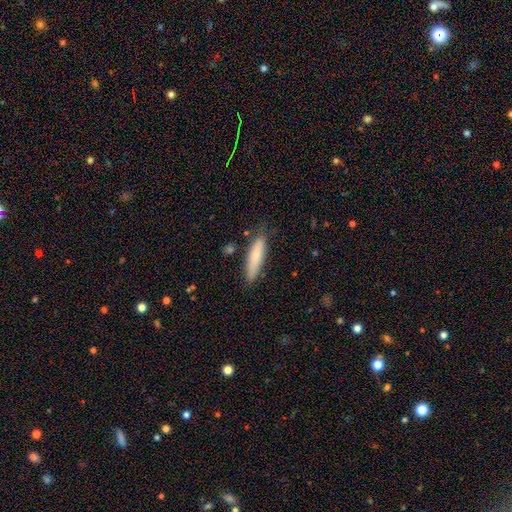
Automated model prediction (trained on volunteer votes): Q: Smooth or featured?
A: smooth (78%); runner-up: featured or disk (16%)
Q: How rounded?
A: cigar-shaped (79%); runner-up: in between (20%)
Q: Merging?
A: none (80%); runner-up: minor disturbance (15%)